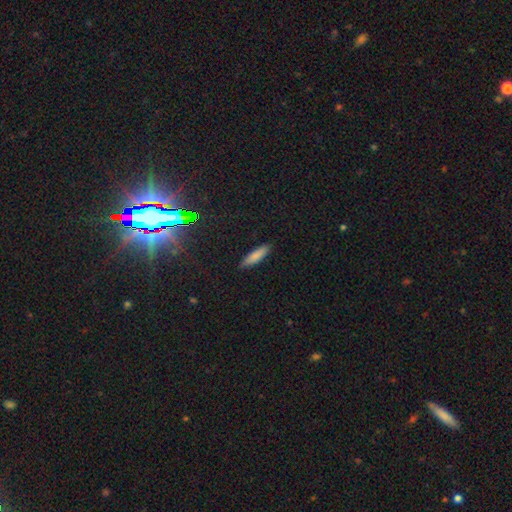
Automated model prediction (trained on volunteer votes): The model was most divided on "how rounded": cigar-shaped: 66%, in between: 32%, round: 2%. More confident: merging — none (87%); smooth or featured — smooth (82%).